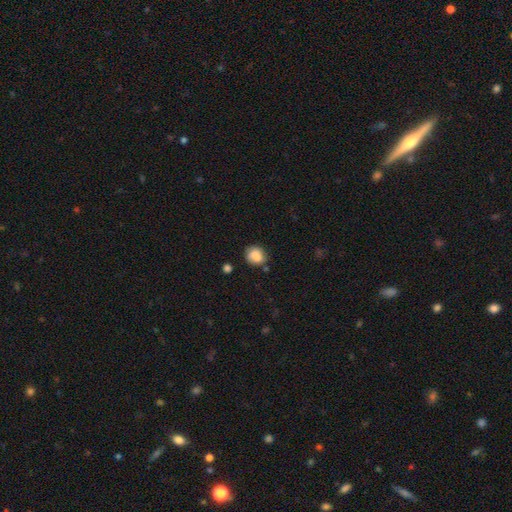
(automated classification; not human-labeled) Smooth or featured?
  - smooth: 85% *
  - star or artifact: 9%
  - featured or disk: 6%
How rounded?
  - round: 68% *
  - in between: 31%
  - cigar-shaped: 1%
Merging?
  - none: 72% *
  - minor disturbance: 19%
  - merger: 5%
  - major disturbance: 4%